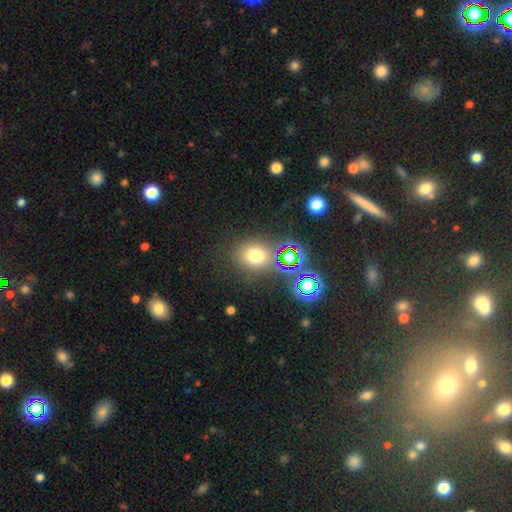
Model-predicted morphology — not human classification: Smooth or featured: smooth — 66% (star or artifact — 24%)
How rounded: round — 61% (in between — 38%)
Merging: none — 73% (minor disturbance — 12%)